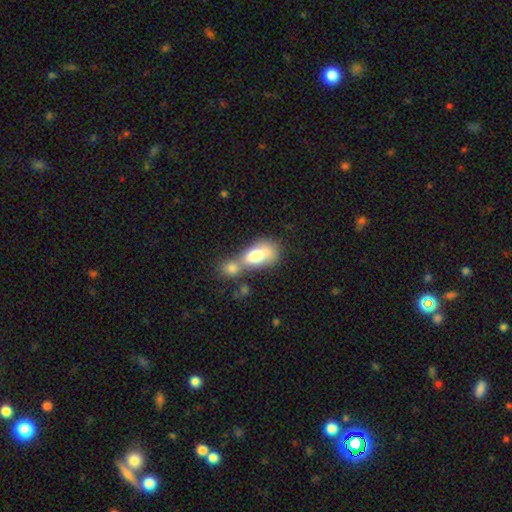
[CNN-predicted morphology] Smooth or featured? Predicted: smooth (p=0.71). How rounded? Predicted: in between (p=0.83). Merging? Predicted: merger (p=0.58).